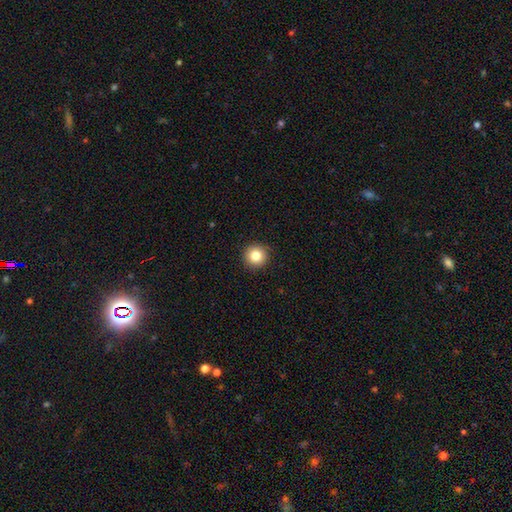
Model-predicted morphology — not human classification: smooth-or-featured: smooth: 82% | star or artifact: 11% | featured or disk: 7%
  how-rounded: round: 96% | in between: 3% | cigar-shaped: 1%
  merging: none: 92% | minor disturbance: 5% | major disturbance: 2% | merger: 1%